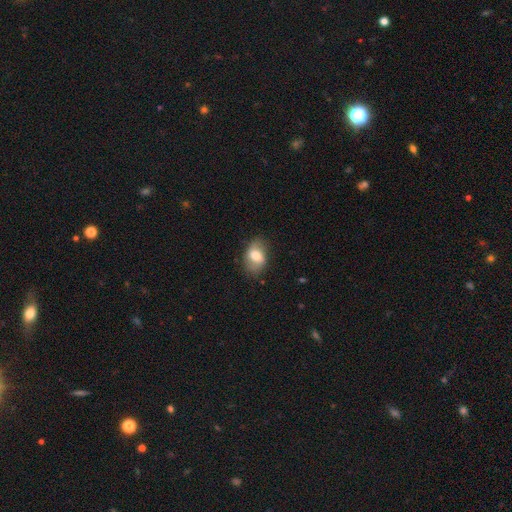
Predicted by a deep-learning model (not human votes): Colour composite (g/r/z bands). It shows a smooth galaxy with no disk features (70%) that is in between round and cigar-shaped (83%). Merging: none (74%).